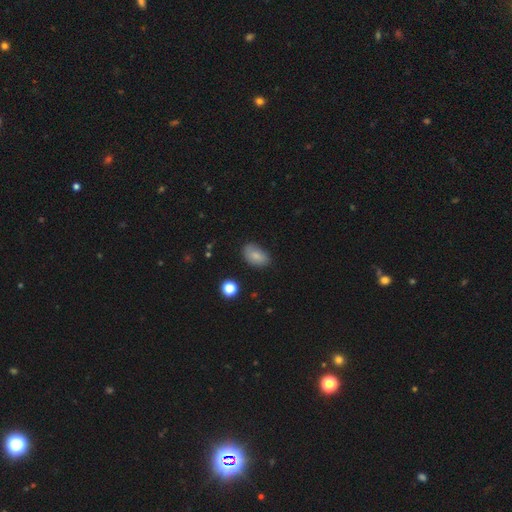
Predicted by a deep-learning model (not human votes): Smooth or featured: smooth — 79% (featured or disk — 12%)
How rounded: in between — 89% (round — 9%)
Merging: none — 73% (minor disturbance — 21%)